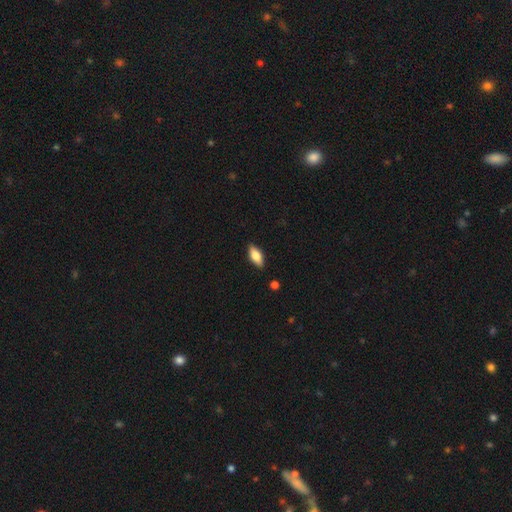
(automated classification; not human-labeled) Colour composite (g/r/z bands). It shows a smooth galaxy with no disk features (72%) that is in between round and cigar-shaped (80%). Merging: none (87%).